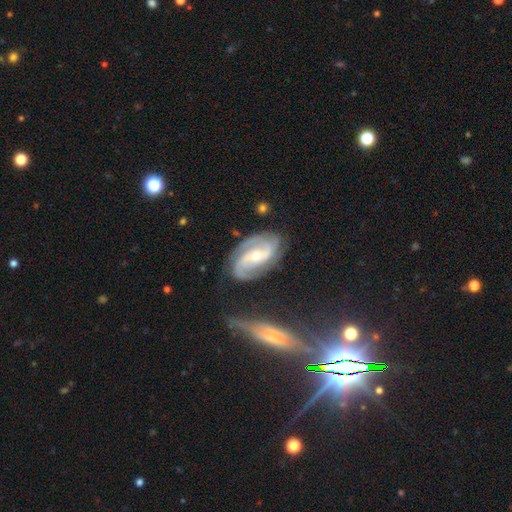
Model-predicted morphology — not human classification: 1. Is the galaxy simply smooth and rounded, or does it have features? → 89% featured or disk, 6% smooth, 5% star or artifact.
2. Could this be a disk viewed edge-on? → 96% no, 4% yes.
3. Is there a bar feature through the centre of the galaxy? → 38% no, 37% weak, 25% strong.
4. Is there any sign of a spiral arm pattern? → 98% yes, 2% no.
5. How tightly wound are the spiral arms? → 44% tight (tied), 44% medium (tied), 12% loose.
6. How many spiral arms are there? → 66% 2, 18% 3, 7% can't tell, 3% 4, 3% 1, 3% more than 4.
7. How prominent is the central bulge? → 55% small, 42% moderate, 1% large, 1% none, 1% dominant.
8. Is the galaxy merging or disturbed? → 71% none, 18% minor disturbance, 7% major disturbance, 4% merger.